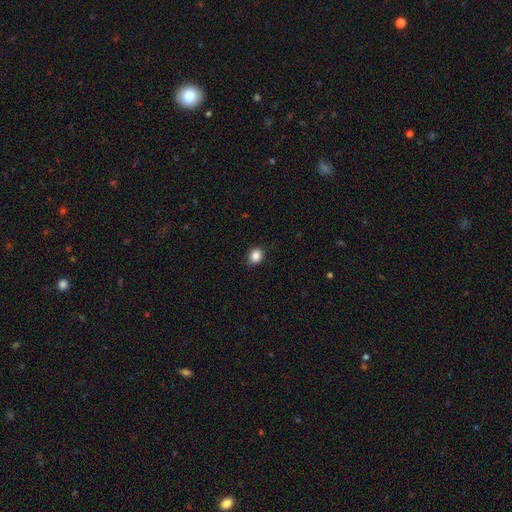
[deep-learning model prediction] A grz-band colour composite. It shows a smooth galaxy with no disk features (87%) that is round (60%). Merging: none (83%).